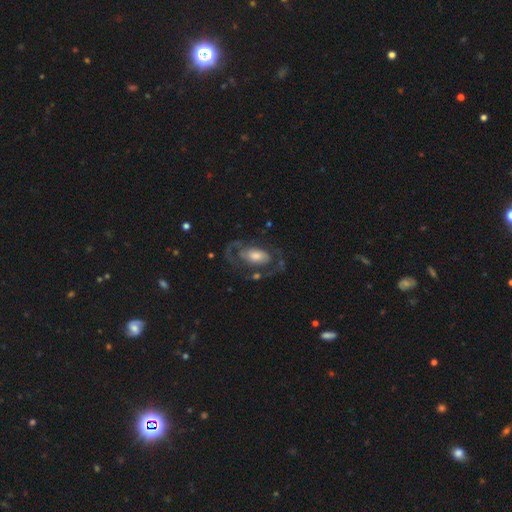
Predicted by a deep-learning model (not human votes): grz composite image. It shows a featured or disk galaxy (75%) with no bar (63%), 2 (69%) medium (45%) spiral arms (80%) and a moderate central bulge (46%). Merging: none (62%).